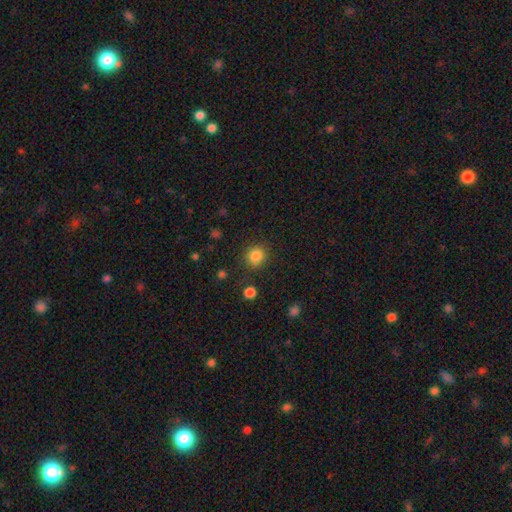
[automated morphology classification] type=smooth (84%); roundness=round (86%); merging=none (85%).